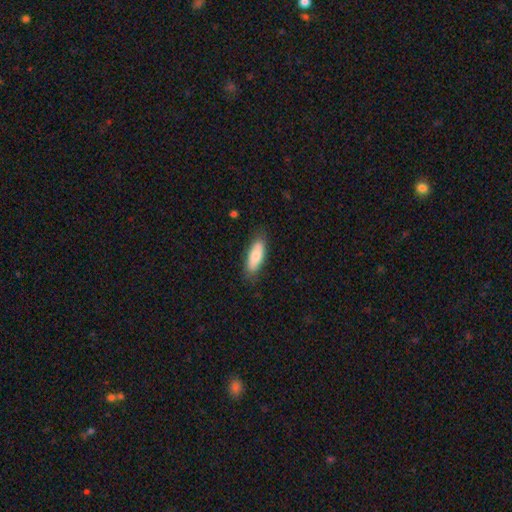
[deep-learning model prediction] smooth_or_featured: smooth (p=0.77) [alt: featured or disk p=0.18]
how_rounded: in between (p=0.68) [alt: cigar-shaped p=0.30]
merging: none (p=0.80) [alt: minor disturbance p=0.16]